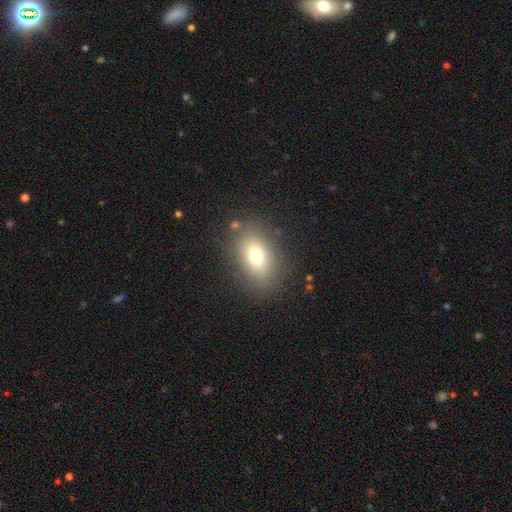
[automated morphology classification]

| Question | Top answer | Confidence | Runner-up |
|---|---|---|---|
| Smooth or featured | smooth | 72% | featured or disk (15%) |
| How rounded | in between | 79% | round (19%) |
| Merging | none | 82% | minor disturbance (11%) |